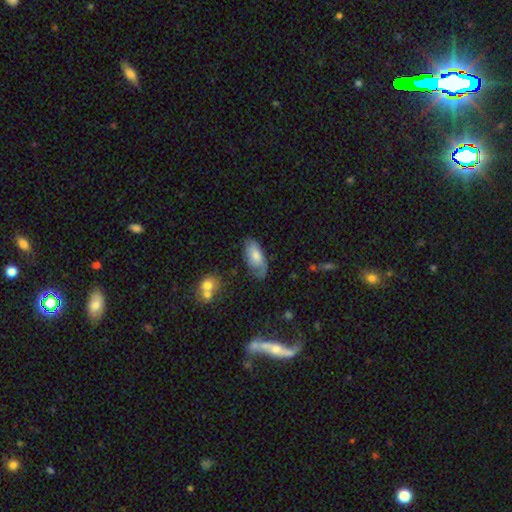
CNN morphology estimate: smooth-or-featured: smooth: 54% | featured or disk: 38% | star or artifact: 8%
  how-rounded: in between: 88% | cigar-shaped: 9% | round: 3%
  merging: none: 56% | minor disturbance: 30% | major disturbance: 11% | merger: 3%